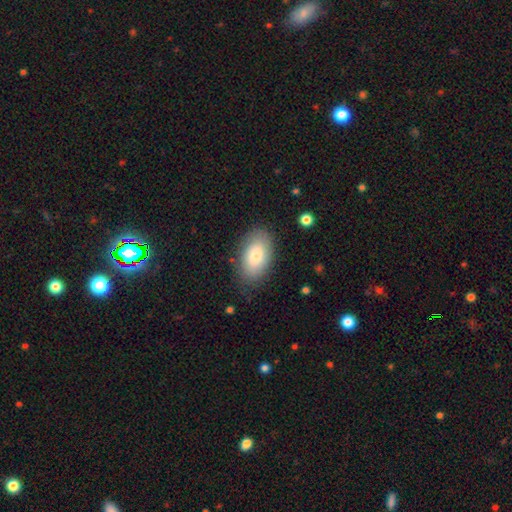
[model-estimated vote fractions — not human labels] smooth_or_featured: smooth (p=0.79) [alt: featured or disk p=0.14]
how_rounded: in between (p=0.93) [alt: round p=0.05]
merging: none (p=0.82) [alt: minor disturbance p=0.13]